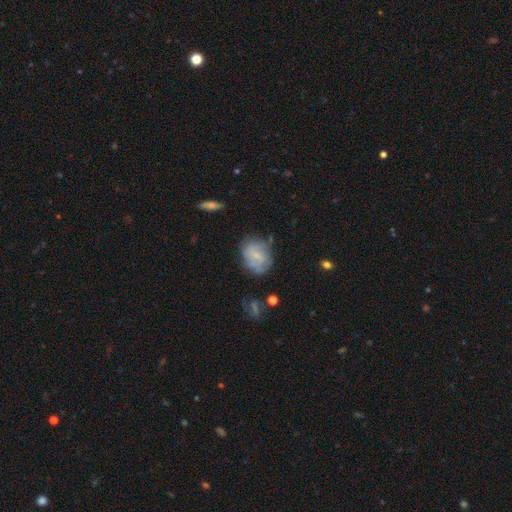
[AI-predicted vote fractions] A smooth galaxy with no disk features (51%) that is in between round and cigar-shaped (51%). Merging: none (58%).